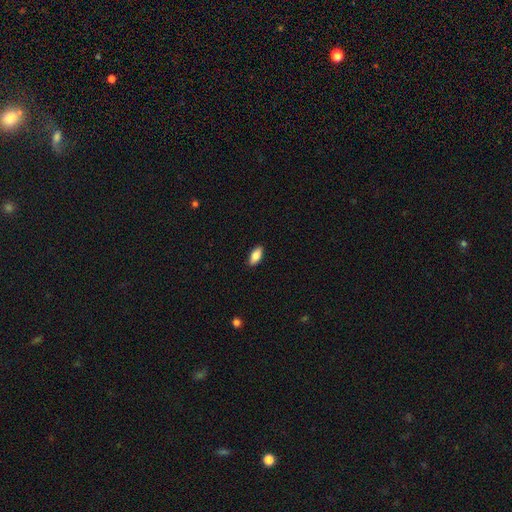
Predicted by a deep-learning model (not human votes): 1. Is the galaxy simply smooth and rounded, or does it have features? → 85% smooth, 9% featured or disk, 6% star or artifact.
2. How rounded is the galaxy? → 85% in between, 12% cigar-shaped, 2% round.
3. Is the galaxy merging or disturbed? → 88% none, 9% minor disturbance, 2% major disturbance, 1% merger.